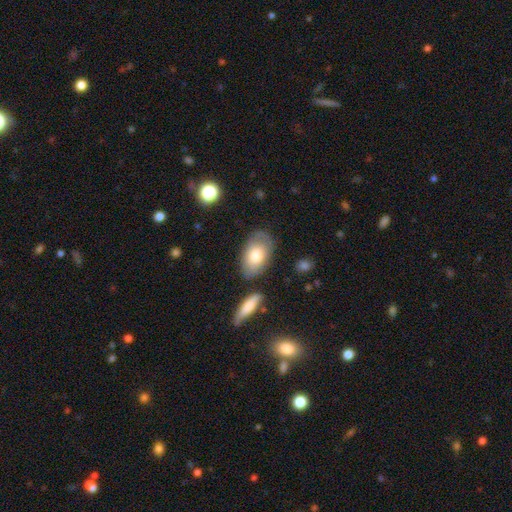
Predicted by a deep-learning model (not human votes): smooth_or_featured: smooth (p=0.71) [alt: featured or disk p=0.23]
how_rounded: in between (p=0.92) [alt: round p=0.06]
merging: none (p=0.73) [alt: minor disturbance p=0.17]